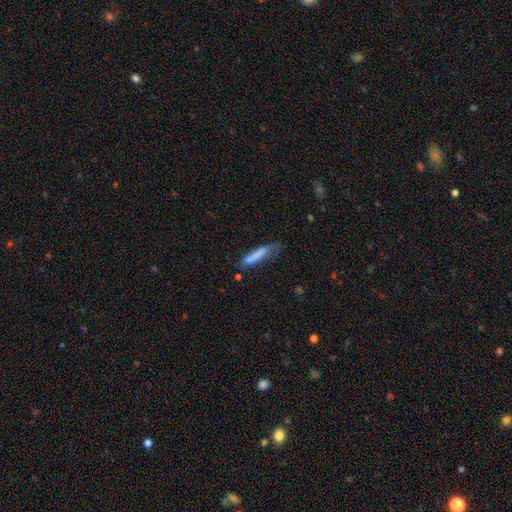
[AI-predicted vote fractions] Smooth or featured? smooth (75%)
How rounded? cigar-shaped (84%)
Merging? none (45%)